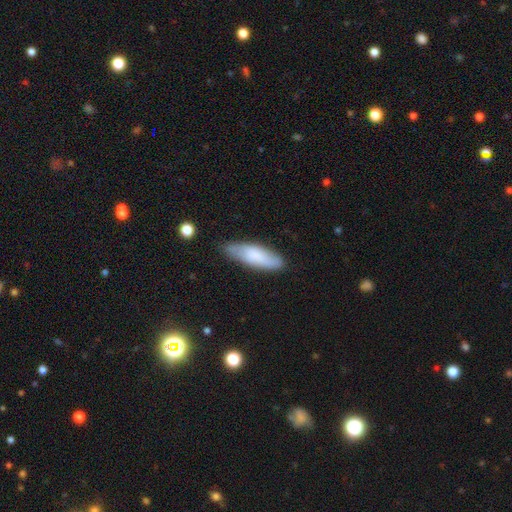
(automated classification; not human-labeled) Smooth or featured? Predicted: smooth (p=0.76). How rounded? Predicted: in between (p=0.50). Merging? Predicted: none (p=0.78).